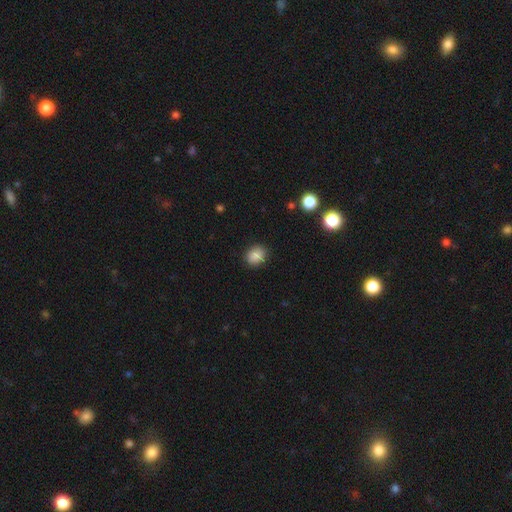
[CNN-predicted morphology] smooth-or-featured: smooth: 86% | star or artifact: 10% | featured or disk: 4%
  how-rounded: round: 66% | in between: 33% | cigar-shaped: 1%
  merging: none: 87% | minor disturbance: 9% | major disturbance: 2% | merger: 1%